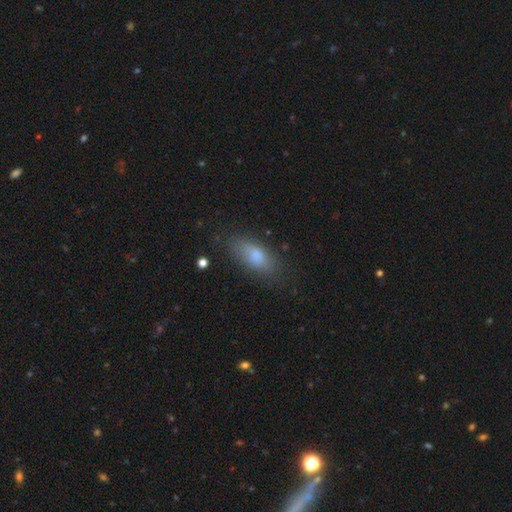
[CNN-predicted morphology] Smooth or featured?
  - smooth: 79% *
  - featured or disk: 13%
  - star or artifact: 8%
How rounded?
  - in between: 80% *
  - cigar-shaped: 16%
  - round: 4%
Merging?
  - none: 74% *
  - minor disturbance: 18%
  - major disturbance: 6%
  - merger: 2%